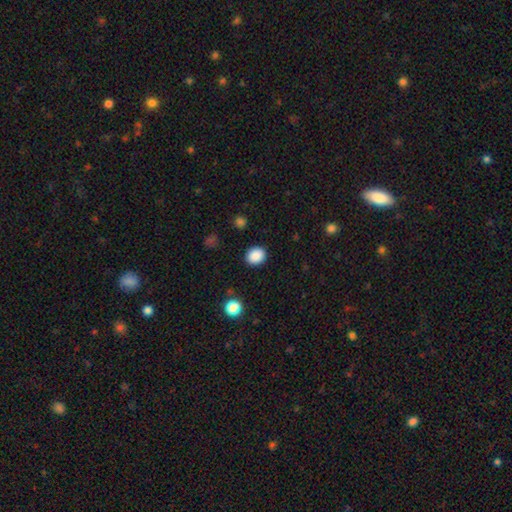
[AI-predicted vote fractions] Smooth or featured? smooth (88%)
How rounded? round (64%)
Merging? none (90%)